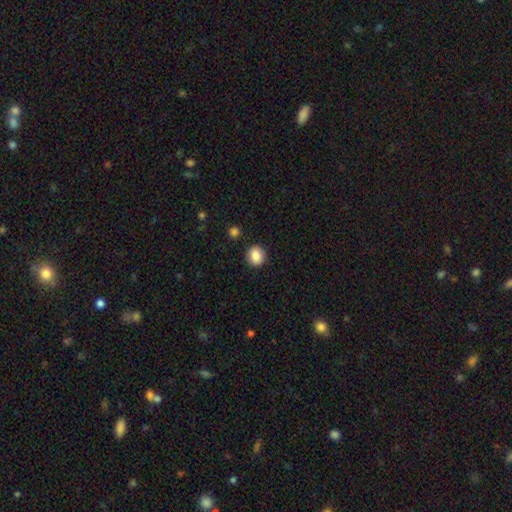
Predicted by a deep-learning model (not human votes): Smooth or featured: smooth — 88% (star or artifact — 9%)
How rounded: round — 75% (in between — 24%)
Merging: none — 90% (minor disturbance — 7%)